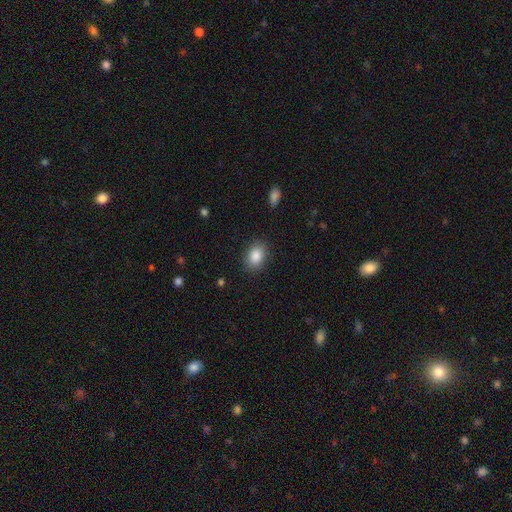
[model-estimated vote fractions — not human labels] Overall: smooth (87%). How rounded: in between (73%). Merging: none (87%).